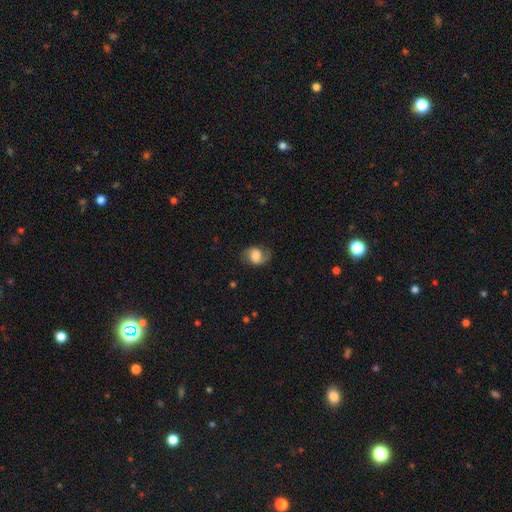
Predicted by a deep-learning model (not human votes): Smooth or featured: smooth — 50% (featured or disk — 41%)
How rounded: in between — 58% (round — 41%)
Merging: none — 62% (minor disturbance — 24%)